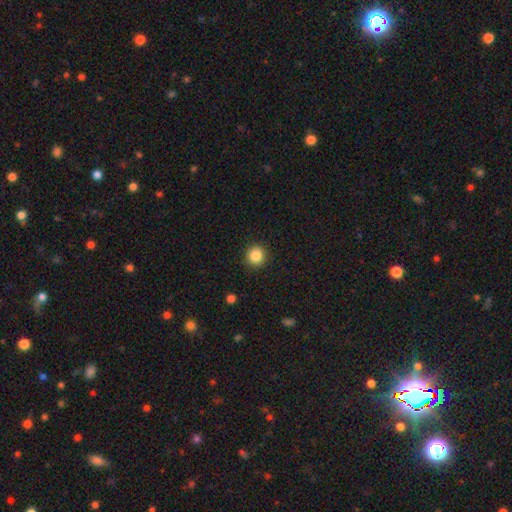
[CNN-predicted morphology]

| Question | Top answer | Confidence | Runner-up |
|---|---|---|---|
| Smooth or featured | smooth | 85% | star or artifact (10%) |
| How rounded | round | 92% | in between (7%) |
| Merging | none | 92% | minor disturbance (5%) |